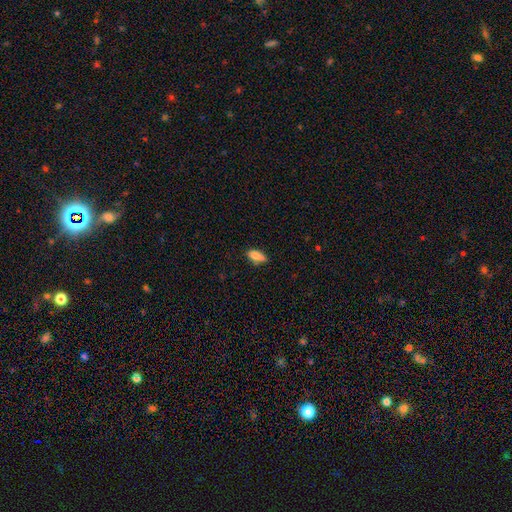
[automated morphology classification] This appears to be a smooth galaxy with no disk features (79%) that is in between round and cigar-shaped (85%). Merging: none (59%).